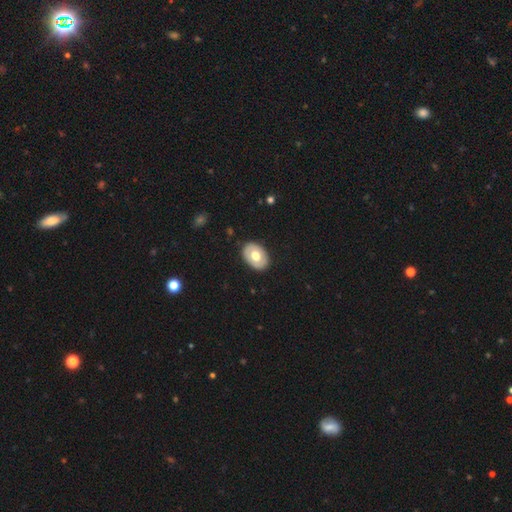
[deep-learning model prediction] The model was most divided on "smooth or featured": smooth: 58%, featured or disk: 37%, star or artifact: 5%. More confident: merging — none (87%); how rounded — in between (78%).